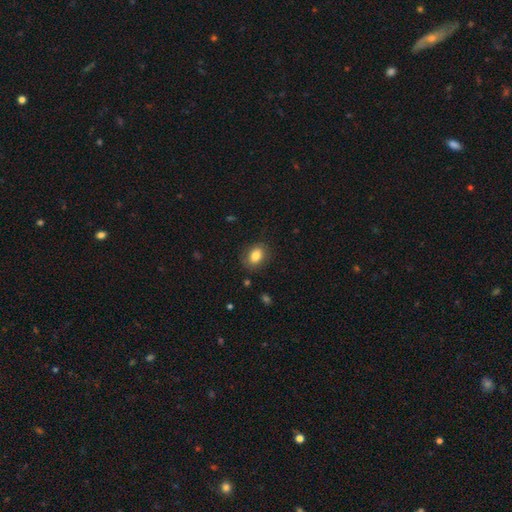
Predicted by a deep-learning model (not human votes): Q: Smooth or featured?
A: smooth (81%); runner-up: featured or disk (11%)
Q: How rounded?
A: in between (66%); runner-up: round (33%)
Q: Merging?
A: none (82%); runner-up: minor disturbance (13%)